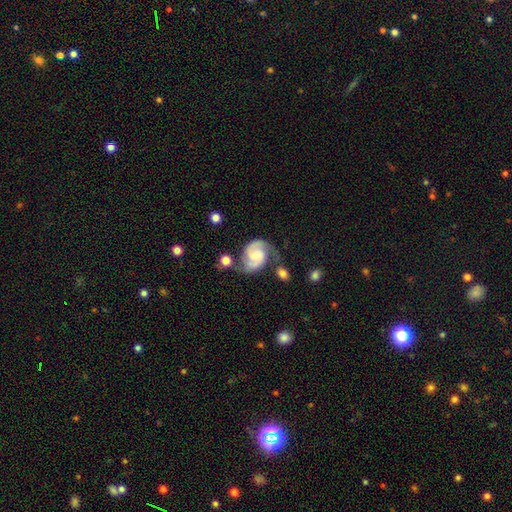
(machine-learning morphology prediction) A featured or disk galaxy (88%) with no bar (52%), 2 (92%) medium (52%) spiral arms (98%) and a small central bulge (41%). Merging: none (60%).